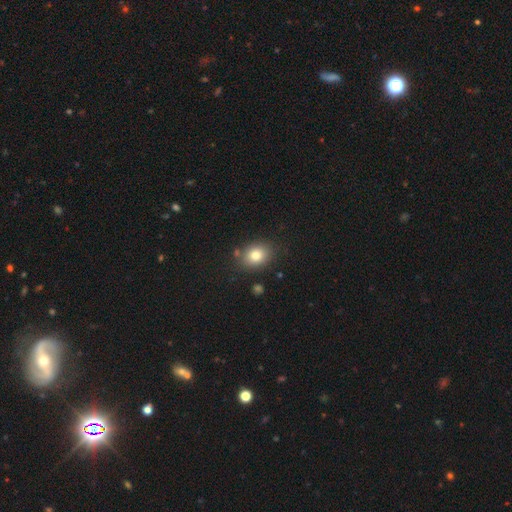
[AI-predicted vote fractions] The model was most divided on "how rounded": in between: 55%, round: 44%, cigar-shaped: 1%. More confident: merging — none (81%); smooth or featured — smooth (80%).